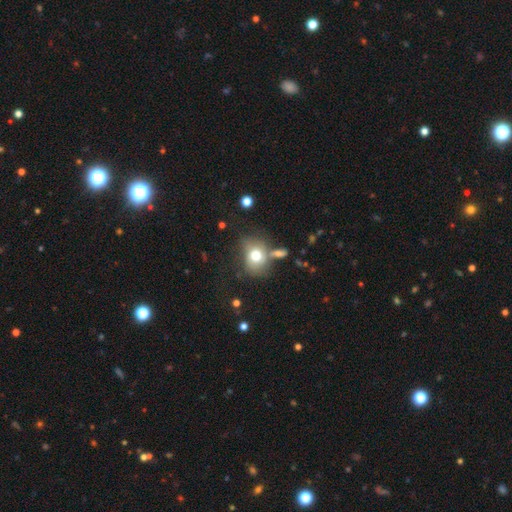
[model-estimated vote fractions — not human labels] Smooth or featured: smooth — 70% (featured or disk — 20%)
How rounded: round — 53% (in between — 46%)
Merging: none — 51% (minor disturbance — 21%)